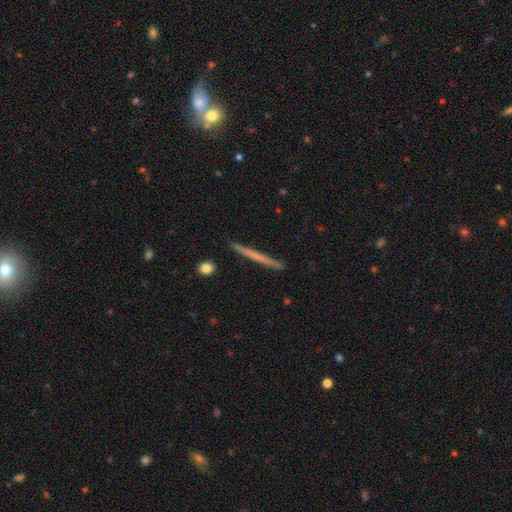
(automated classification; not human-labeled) smooth_or_featured: smooth (p=0.50) [alt: featured or disk p=0.45]
merging: none (p=0.91) [alt: minor disturbance p=0.06]